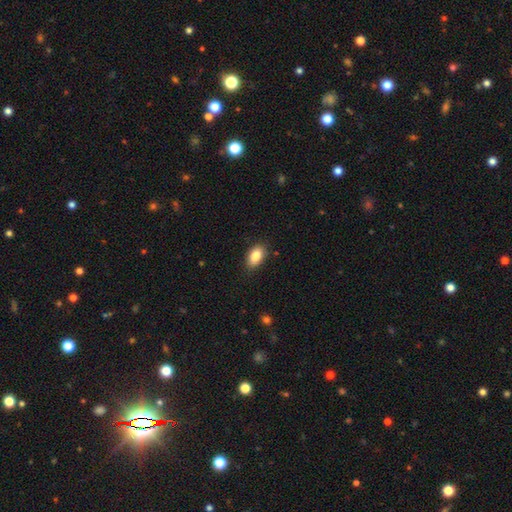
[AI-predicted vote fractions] Smooth or featured? smooth (87%)
How rounded? in between (92%)
Merging? none (85%)